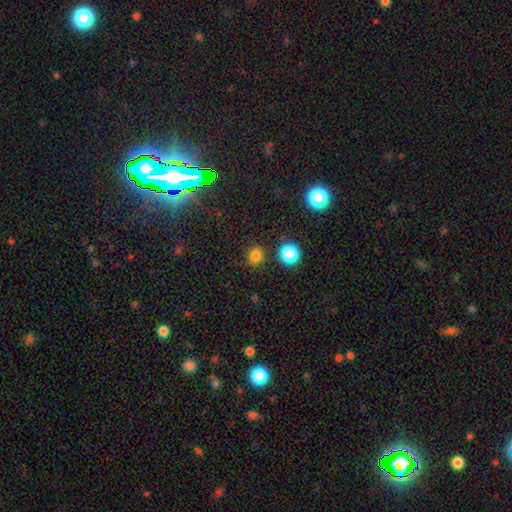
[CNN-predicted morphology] Smooth or featured? smooth (78%)
How rounded? round (77%)
Merging? none (81%)